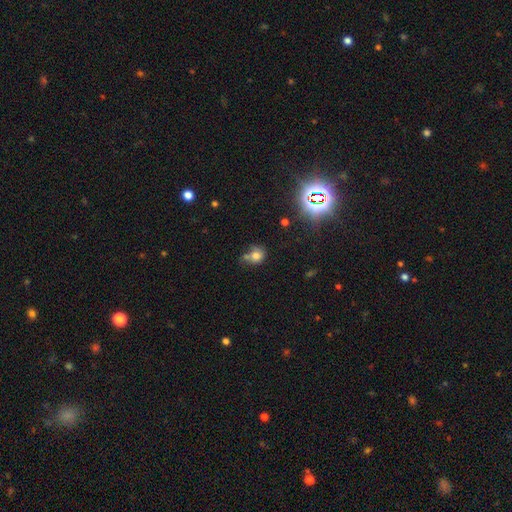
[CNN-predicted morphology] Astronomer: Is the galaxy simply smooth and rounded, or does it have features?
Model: smooth — 72%.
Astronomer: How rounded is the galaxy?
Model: round — 67%.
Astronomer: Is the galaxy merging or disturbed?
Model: none — 42% (runner-up: merger, 29%).